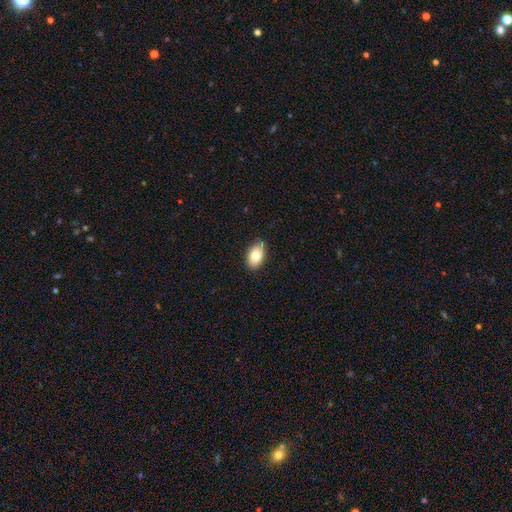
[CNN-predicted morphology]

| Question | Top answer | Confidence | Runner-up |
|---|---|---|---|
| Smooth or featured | smooth | 80% | featured or disk (12%) |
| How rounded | in between | 89% | round (9%) |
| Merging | none | 81% | minor disturbance (15%) |